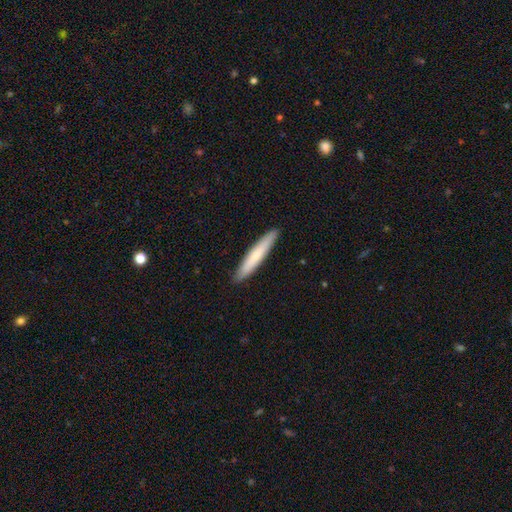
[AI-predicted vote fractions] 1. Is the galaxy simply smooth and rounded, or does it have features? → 72% smooth, 23% featured or disk, 5% star or artifact.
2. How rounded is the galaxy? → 94% cigar-shaped, 5% in between, 1% round.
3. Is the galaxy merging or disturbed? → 91% none, 6% minor disturbance, 1% major disturbance, 1% merger.